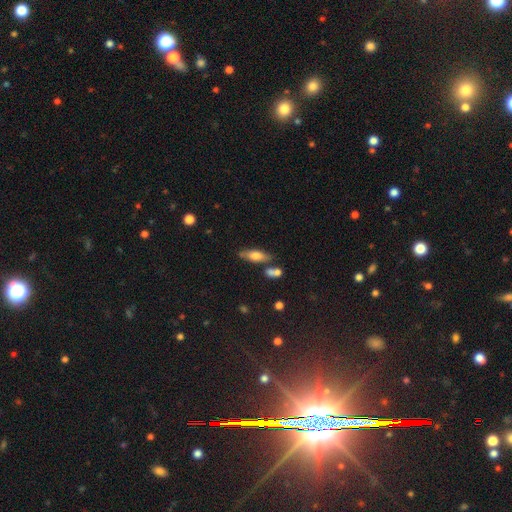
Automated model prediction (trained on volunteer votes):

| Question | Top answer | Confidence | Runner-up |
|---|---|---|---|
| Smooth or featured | smooth | 62% | featured or disk (31%) |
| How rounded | in between | 54% | cigar-shaped (43%) |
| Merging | none | 68% | minor disturbance (15%) |